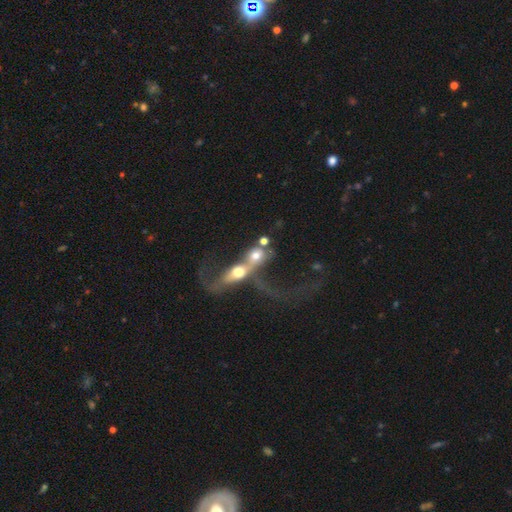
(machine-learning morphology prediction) smooth_or_featured: smooth (p=0.50) [alt: featured or disk p=0.39]
merging: merger (p=0.79) [alt: major disturbance p=0.10]